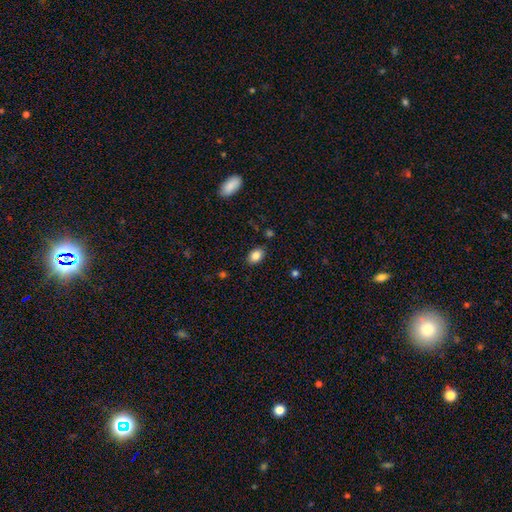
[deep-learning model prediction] smooth_or_featured: smooth (p=0.85) [alt: star or artifact p=0.09]
how_rounded: in between (p=0.84) [alt: round p=0.14]
merging: none (p=0.85) [alt: minor disturbance p=0.11]